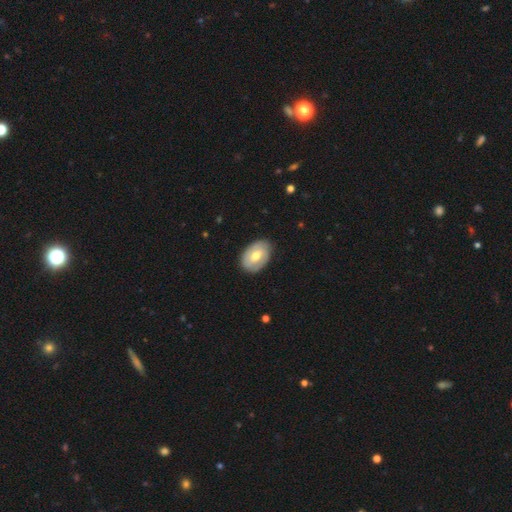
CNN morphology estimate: This appears to be a featured or disk galaxy (51%). Merging: none (82%).